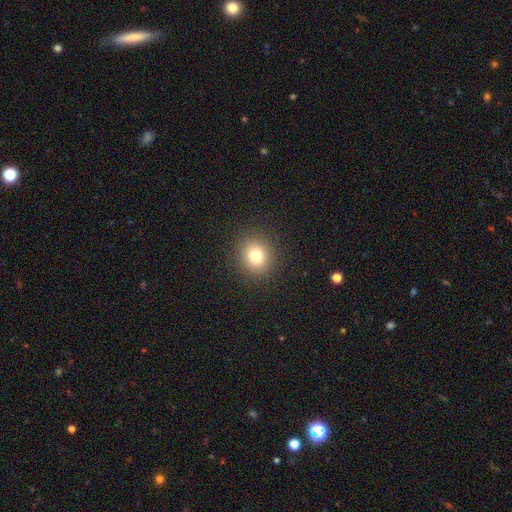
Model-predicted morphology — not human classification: type=smooth (78%); roundness=round (83%); merging=none (90%).